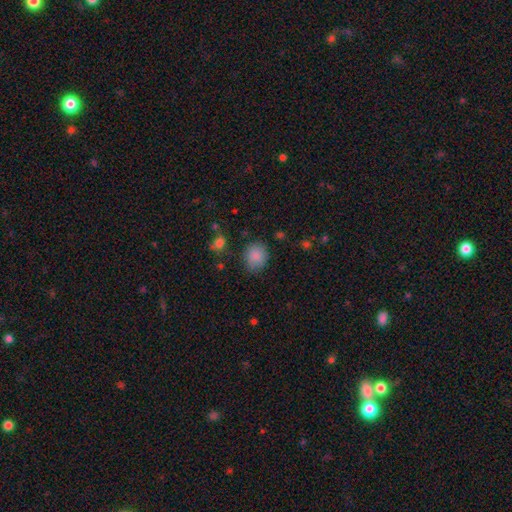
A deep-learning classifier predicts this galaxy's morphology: Smooth or featured? smooth (86%)
How rounded? round (63%)
Merging? none (75%)